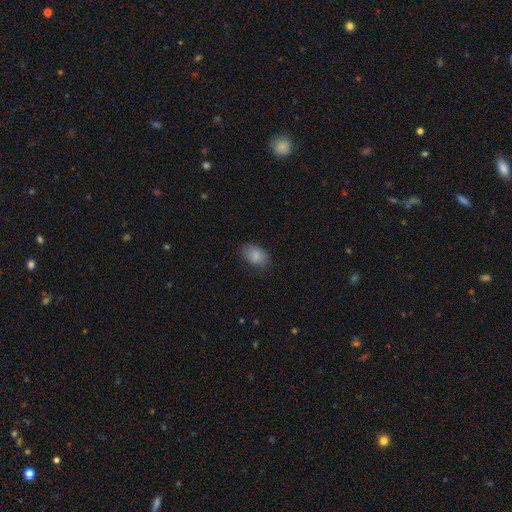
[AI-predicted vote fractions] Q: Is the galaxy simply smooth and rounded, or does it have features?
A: smooth — 86%.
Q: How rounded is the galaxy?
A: in between — 84%.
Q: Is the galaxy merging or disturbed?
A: none — 78%.